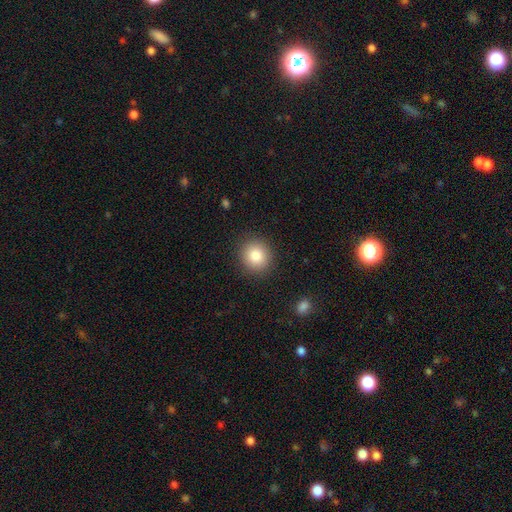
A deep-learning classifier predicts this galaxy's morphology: Overall: smooth (84%). How rounded: round (89%). Merging: none (90%).